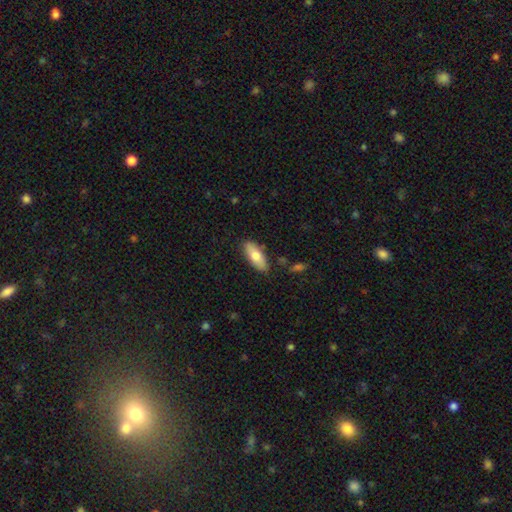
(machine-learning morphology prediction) Smooth or featured: smooth — 73% (featured or disk — 21%)
How rounded: in between — 77% (cigar-shaped — 20%)
Merging: none — 83% (minor disturbance — 12%)